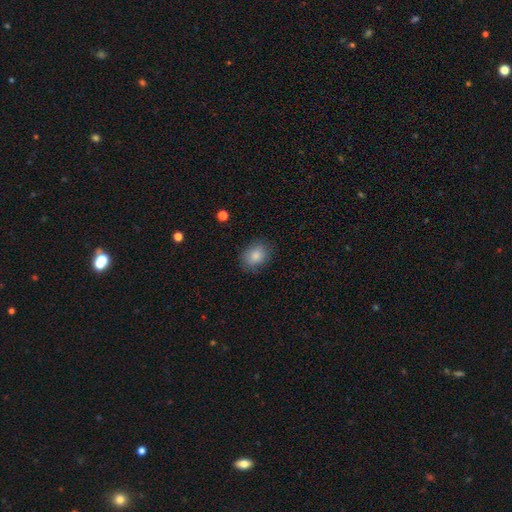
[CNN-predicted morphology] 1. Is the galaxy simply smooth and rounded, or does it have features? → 85% smooth, 8% star or artifact, 7% featured or disk.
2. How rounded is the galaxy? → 60% in between, 39% round, 1% cigar-shaped.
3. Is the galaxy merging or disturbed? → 81% none, 14% minor disturbance, 4% major disturbance, 1% merger.